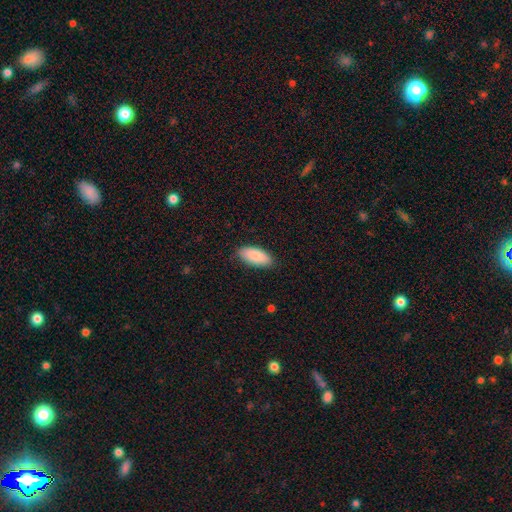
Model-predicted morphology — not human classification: smooth_or_featured: smooth (p=0.89) [alt: star or artifact p=0.06]
how_rounded: in between (p=0.87) [alt: cigar-shaped p=0.11]
merging: none (p=0.85) [alt: minor disturbance p=0.12]